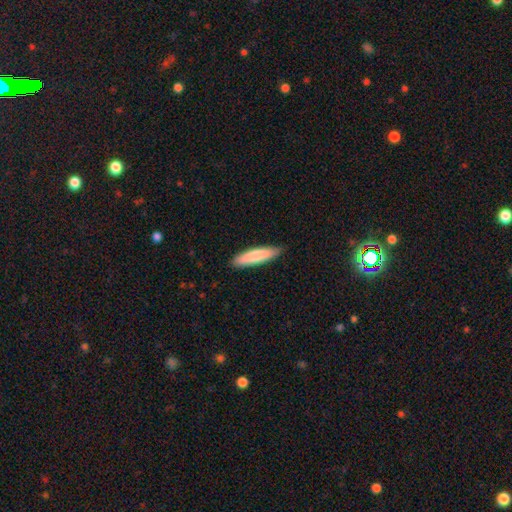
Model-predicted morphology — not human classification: type=smooth (81%); roundness=cigar-shaped (75%); merging=none (88%).